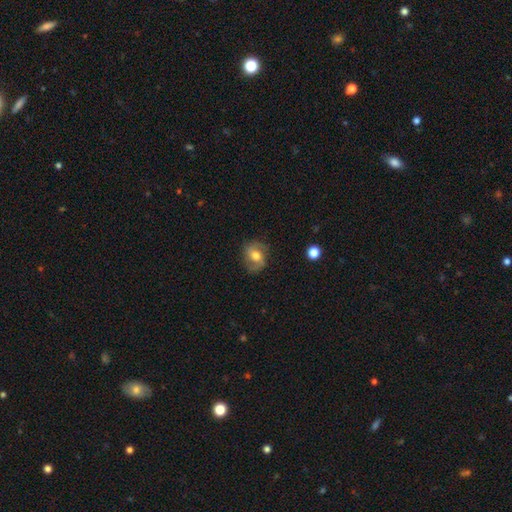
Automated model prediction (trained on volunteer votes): A featured or disk galaxy (57%) with no bar (45%), spiral arms (86%) and a moderate central bulge (71%). Merging: none (74%).